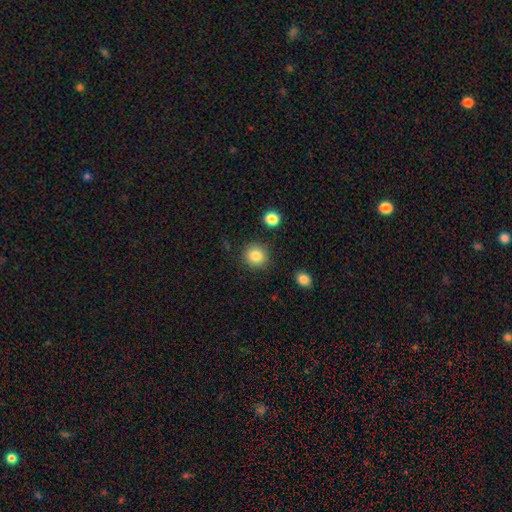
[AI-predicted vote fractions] The model was most divided on "smooth or featured": smooth: 85%, star or artifact: 9%, featured or disk: 5%. More confident: how rounded — round (90%); merging — none (88%).